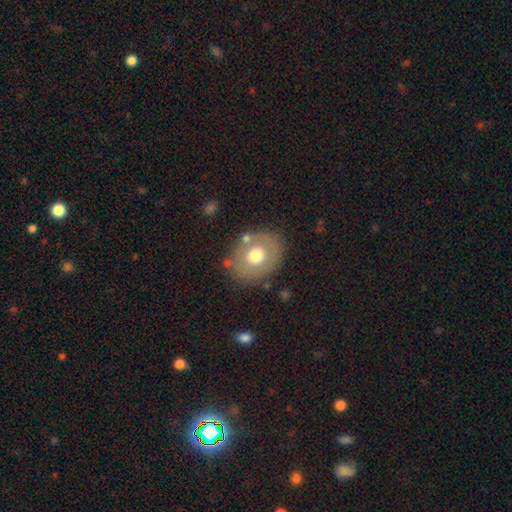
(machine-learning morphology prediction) This appears to be a smooth galaxy with no disk features (62%) that is round (57%). Merging: none (80%).